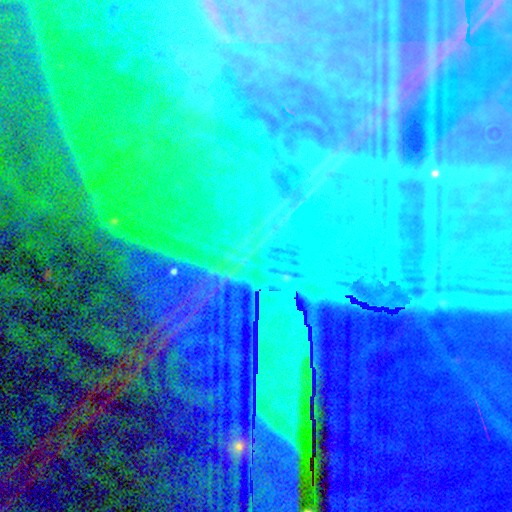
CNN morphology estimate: The model was most divided on "smooth or featured": star or artifact: 84%, featured or disk: 9%, smooth: 7%.